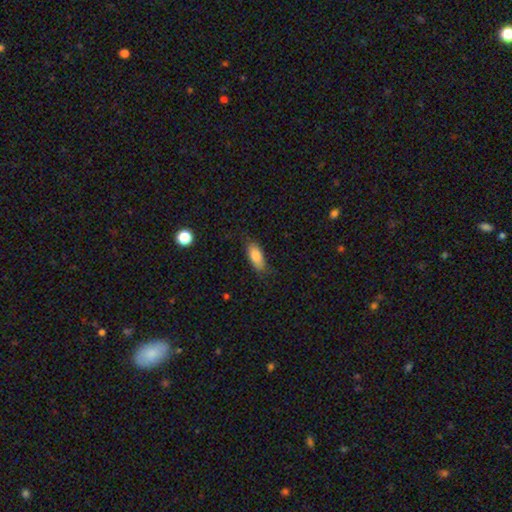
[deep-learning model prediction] A smooth galaxy with no disk features (83%) that is in between round and cigar-shaped (82%). Merging: none (75%).